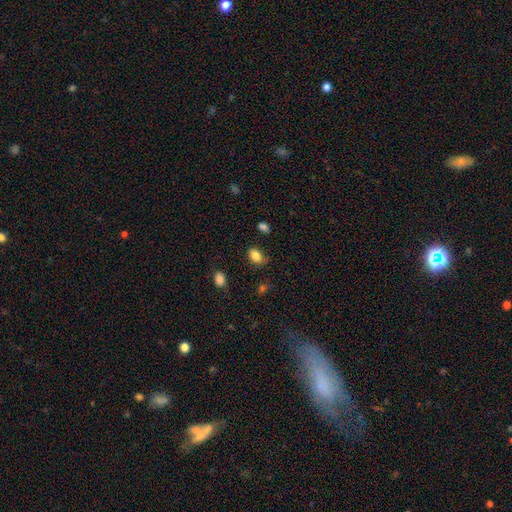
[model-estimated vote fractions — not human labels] The model was most divided on "merging": none: 69%, minor disturbance: 22%, major disturbance: 6%, merger: 3%. More confident: how rounded — in between (85%); smooth or featured — smooth (84%).